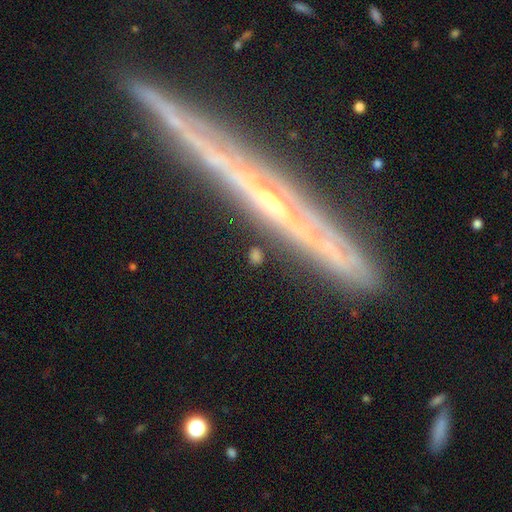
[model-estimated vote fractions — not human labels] Smooth or featured: smooth — 63% (featured or disk — 23%)
How rounded: in between — 45% (round — 42%)
Merging: none — 83% (minor disturbance — 10%)